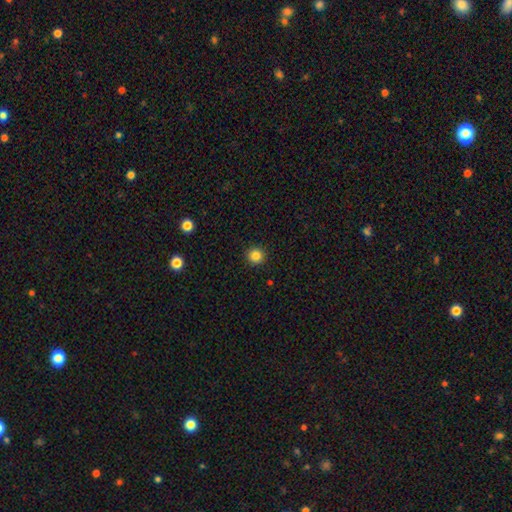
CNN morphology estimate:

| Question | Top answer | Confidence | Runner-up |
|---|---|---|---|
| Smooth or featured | smooth | 85% | star or artifact (11%) |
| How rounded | round | 96% | in between (3%) |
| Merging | none | 93% | minor disturbance (4%) |